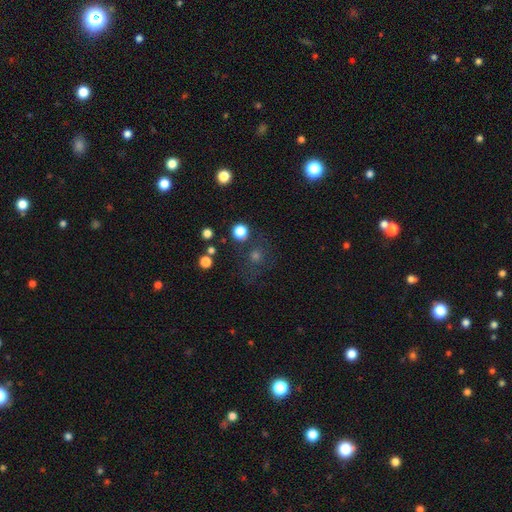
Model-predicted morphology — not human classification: Q: Smooth or featured?
A: smooth (46%); runner-up: star or artifact (42%)
Q: Merging?
A: none (75%); runner-up: minor disturbance (11%)